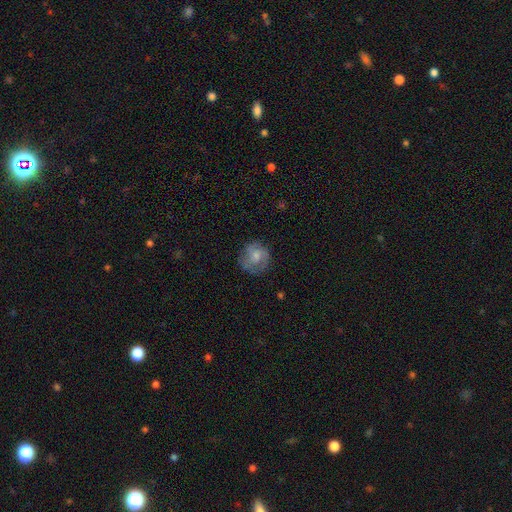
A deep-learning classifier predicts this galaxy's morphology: This is possibly a smooth galaxy (57%). How rounded: clearly round (87%). Merging: likely none (72%).